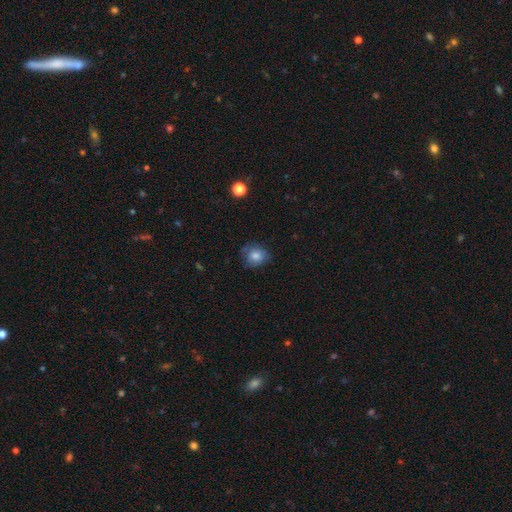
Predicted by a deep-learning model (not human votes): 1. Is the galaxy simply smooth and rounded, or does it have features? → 76% smooth, 14% featured or disk, 10% star or artifact.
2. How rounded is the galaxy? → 74% round, 25% in between, 1% cigar-shaped.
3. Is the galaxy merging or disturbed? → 69% none, 23% minor disturbance, 6% major disturbance, 2% merger.